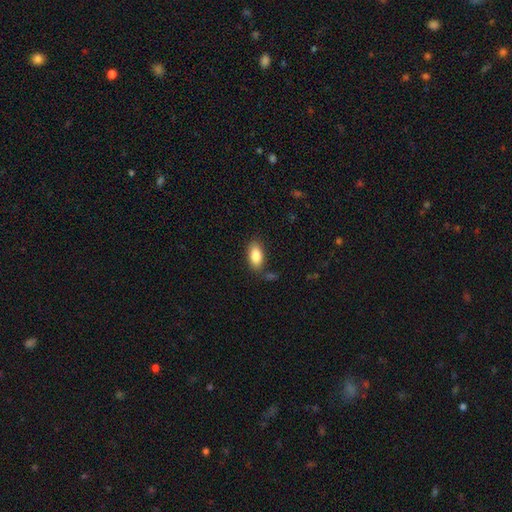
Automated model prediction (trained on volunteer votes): The model was most divided on "merging": none: 79%, minor disturbance: 13%, merger: 4%, major disturbance: 3%. More confident: how rounded — in between (91%); smooth or featured — smooth (85%).